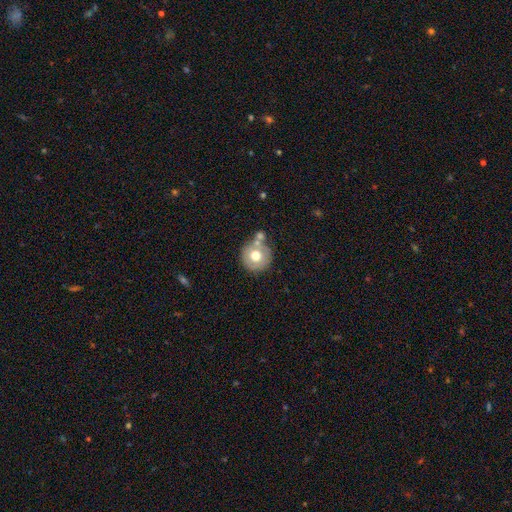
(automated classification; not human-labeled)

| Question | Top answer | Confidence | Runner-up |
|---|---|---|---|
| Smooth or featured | smooth | 64% | featured or disk (27%) |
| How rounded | round | 92% | in between (7%) |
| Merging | none | 60% | merger (22%) |